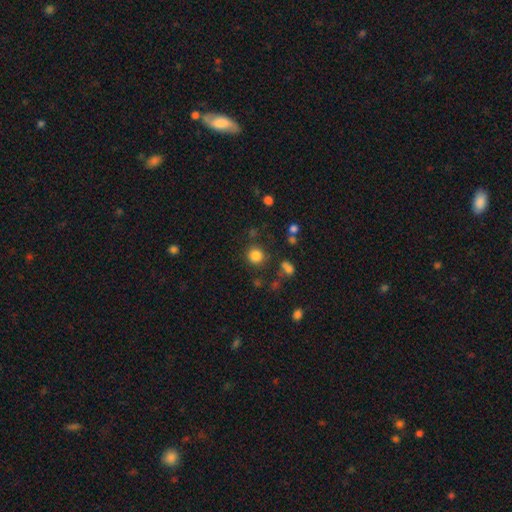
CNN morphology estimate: Smooth or featured? smooth (83%)
How rounded? round (91%)
Merging? none (83%)